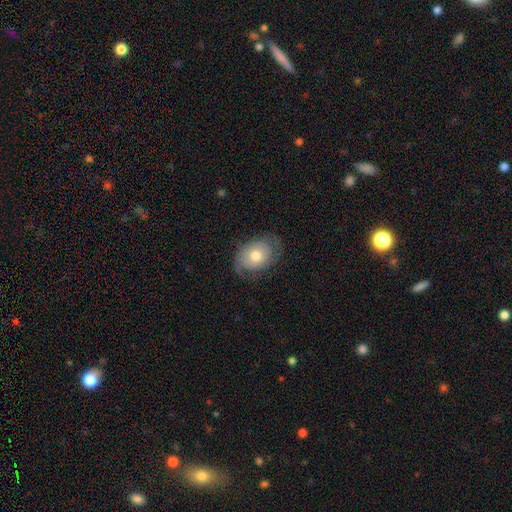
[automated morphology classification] Smooth or featured: featured or disk — 56% (smooth — 37%)
Edge-on disk: no — 95% (yes — 5%)
Bar: no — 81% (weak — 16%)
Spiral arms: yes — 78% (no — 22%)
Bulge size: moderate — 71% (small — 19%)
Merging: none — 67% (minor disturbance — 20%)